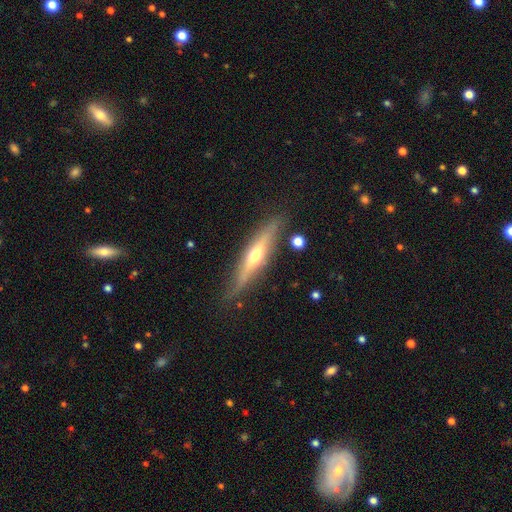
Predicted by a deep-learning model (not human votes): This is likely a featured or disk galaxy (64%). It is clearly viewed edge-on (90%). Edge-on bulge: clearly rounded (86%). Merging: likely none (79%).